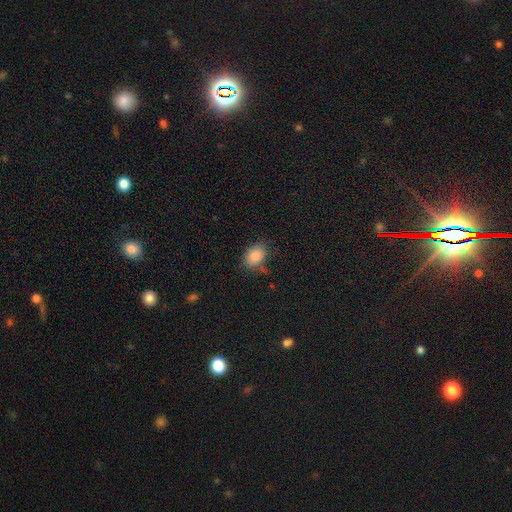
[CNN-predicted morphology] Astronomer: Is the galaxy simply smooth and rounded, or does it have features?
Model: smooth — 85%.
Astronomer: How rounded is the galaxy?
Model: in between — 75%.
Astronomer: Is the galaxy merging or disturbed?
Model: none — 69%.